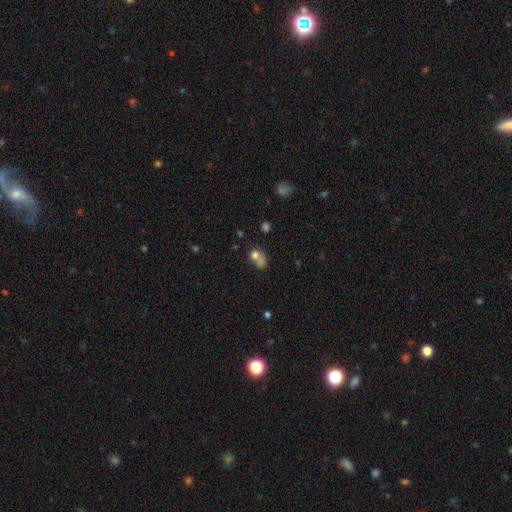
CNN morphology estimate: This is likely a smooth galaxy (70%). How rounded: possibly round (57%). Merging: possibly merger (47%).